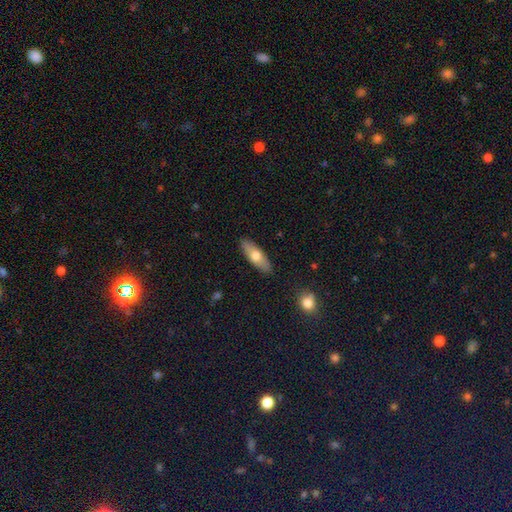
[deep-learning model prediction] smooth 63%, featured or disk 31%, star or artifact 6%. Down the decision tree: how rounded — in between (59%); merging — none (89%).